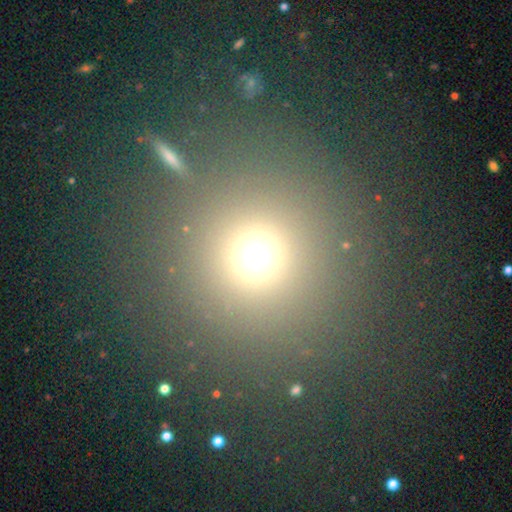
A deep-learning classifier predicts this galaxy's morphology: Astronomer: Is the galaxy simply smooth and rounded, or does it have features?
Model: smooth — 64%.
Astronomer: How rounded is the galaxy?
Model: round — 94%.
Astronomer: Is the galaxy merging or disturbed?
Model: none — 78%.